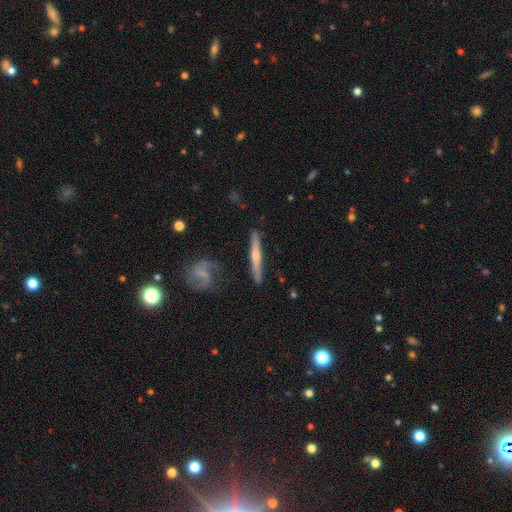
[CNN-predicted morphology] smooth_or_featured: featured or disk (p=0.68) [alt: smooth p=0.26]
disk_edge_on: yes (p=0.93) [alt: no p=0.07]
edge_on_bulge: rounded (p=0.76) [alt: none p=0.20]
merging: none (p=0.84) [alt: minor disturbance p=0.11]